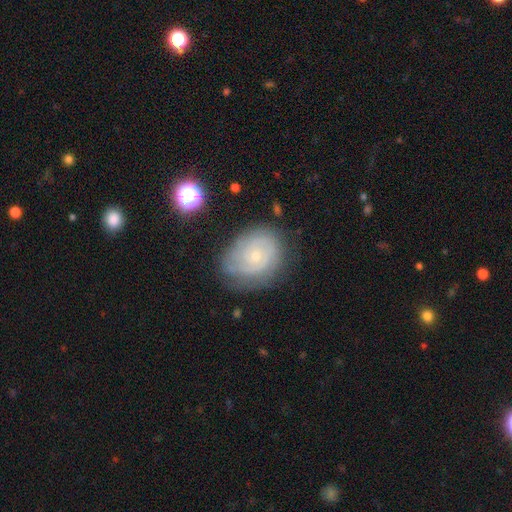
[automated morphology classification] type=featured or disk (71%); edge-on=no (97%); bar=no (79%); spiral arms=yes (88%); winding=tight (69%); arm count=can't tell (44%); bulge=small (74%); merging=none (66%).